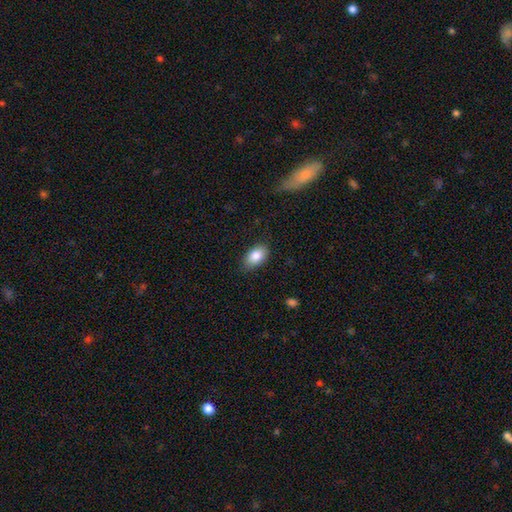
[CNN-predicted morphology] Smooth or featured: smooth — 85% (featured or disk — 8%)
How rounded: in between — 91% (round — 7%)
Merging: none — 82% (minor disturbance — 15%)